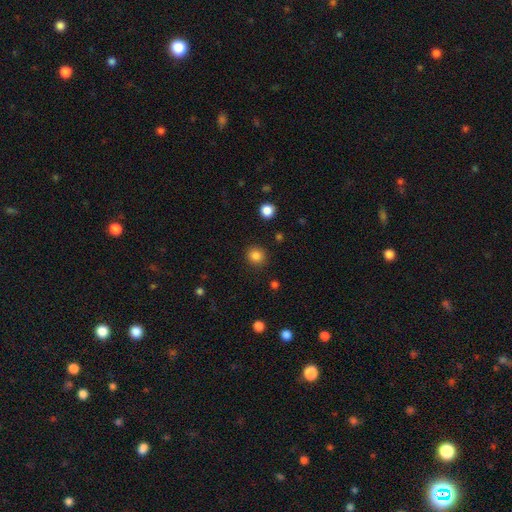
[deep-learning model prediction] smooth 85%, star or artifact 12%, featured or disk 4%. Down the decision tree: how rounded — round (90%); merging — none (89%).